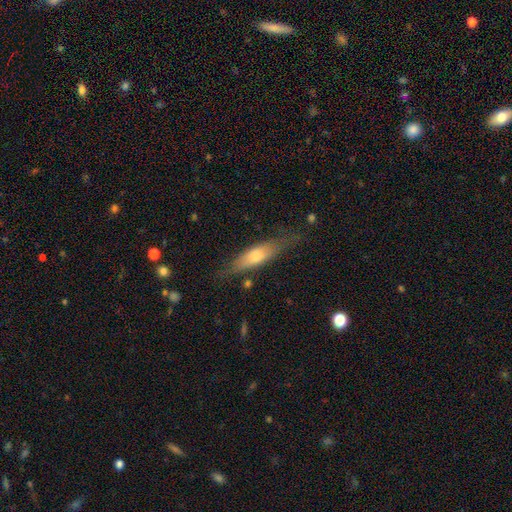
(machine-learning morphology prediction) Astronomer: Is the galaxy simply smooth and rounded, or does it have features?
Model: smooth — 54% (runner-up: featured or disk, 40%).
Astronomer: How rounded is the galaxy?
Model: cigar-shaped — 67%.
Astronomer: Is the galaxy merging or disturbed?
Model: none — 73%.